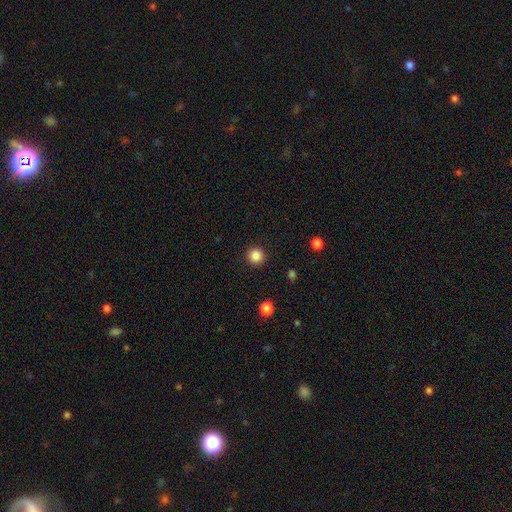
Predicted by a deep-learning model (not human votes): A smooth galaxy with no disk features (85%) that is round (95%). Merging: none (92%).